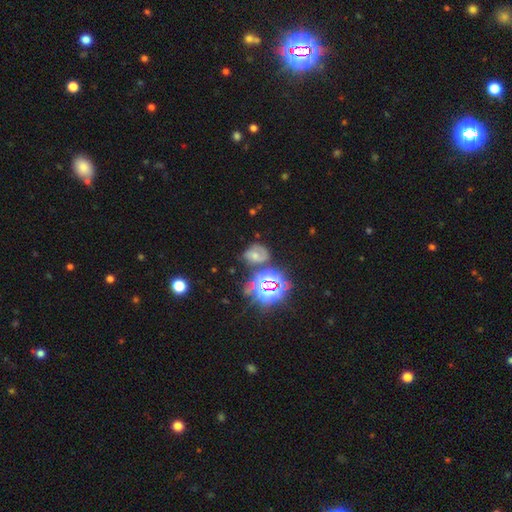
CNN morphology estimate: Q: Smooth or featured?
A: featured or disk (39%); runner-up: star or artifact (33%)
Q: Merging?
A: none (56%); runner-up: minor disturbance (22%)